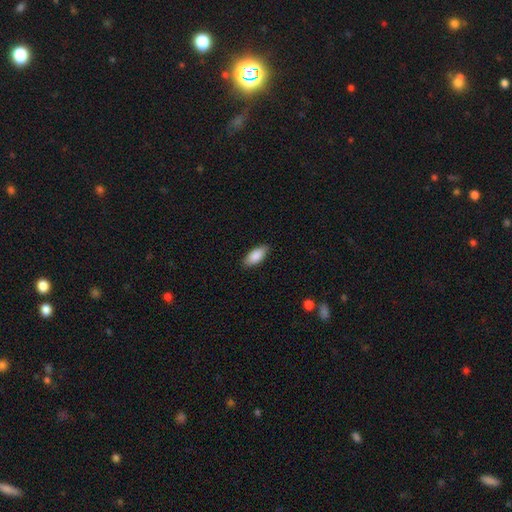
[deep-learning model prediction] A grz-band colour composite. It shows a smooth galaxy with no disk features (88%) that is in between round and cigar-shaped (87%). Merging: none (86%).